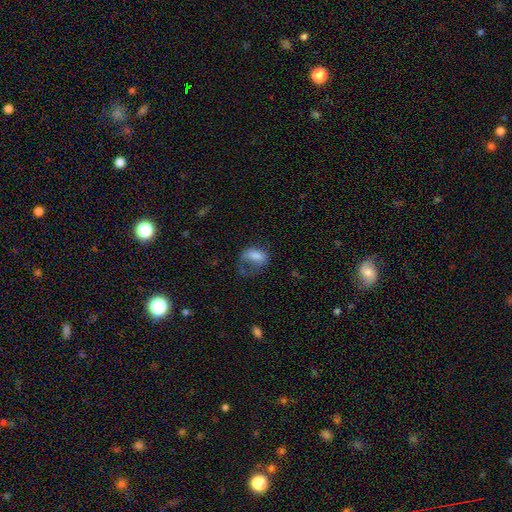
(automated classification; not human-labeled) Smooth or featured: smooth — 68% (featured or disk — 22%)
How rounded: in between — 83% (round — 14%)
Merging: major disturbance — 51% (none — 23%)